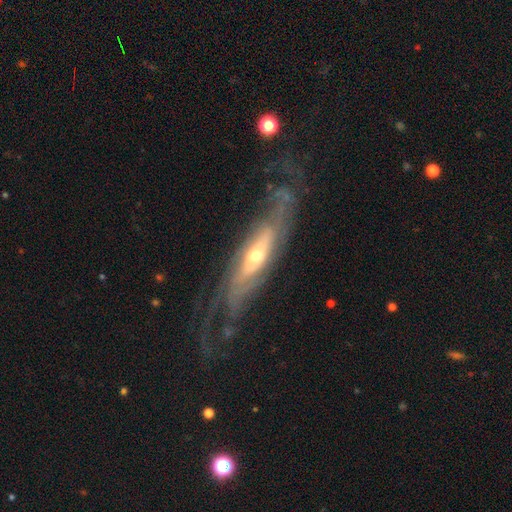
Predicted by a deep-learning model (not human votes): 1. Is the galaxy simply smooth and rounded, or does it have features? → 84% featured or disk, 10% smooth, 5% star or artifact.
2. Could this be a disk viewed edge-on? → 71% no, 29% yes.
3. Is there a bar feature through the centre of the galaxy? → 58% no, 26% weak, 16% strong.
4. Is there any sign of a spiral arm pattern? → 86% yes, 14% no.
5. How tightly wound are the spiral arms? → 44% tight, 35% medium, 21% loose.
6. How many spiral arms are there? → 45% can't tell, 31% 2, 9% 3, 6% 4, 5% 1, 5% more than 4.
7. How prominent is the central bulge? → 57% moderate, 34% small, 6% large, 1% dominant, 1% none.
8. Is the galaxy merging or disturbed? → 62% none, 19% minor disturbance, 17% major disturbance, 2% merger.